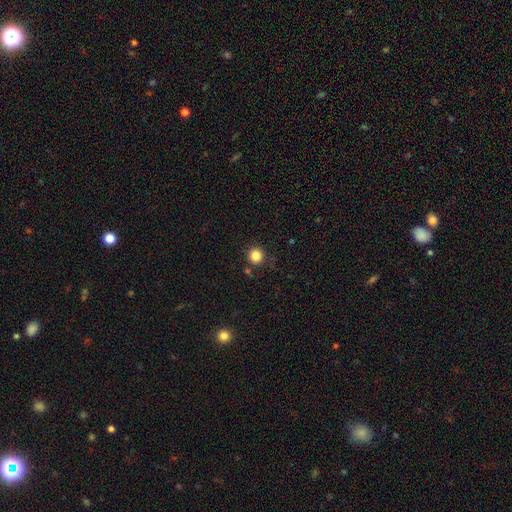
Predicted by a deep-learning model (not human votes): A smooth galaxy with no disk features (85%) that is round (94%).

Vote fractions:
- Smooth or featured? smooth: 85% / star or artifact: 11% / featured or disk: 4%
- How rounded? round: 94% / in between: 6% / cigar-shaped: 1%
- Merging? none: 87% / minor disturbance: 7% / merger: 4% / major disturbance: 2%